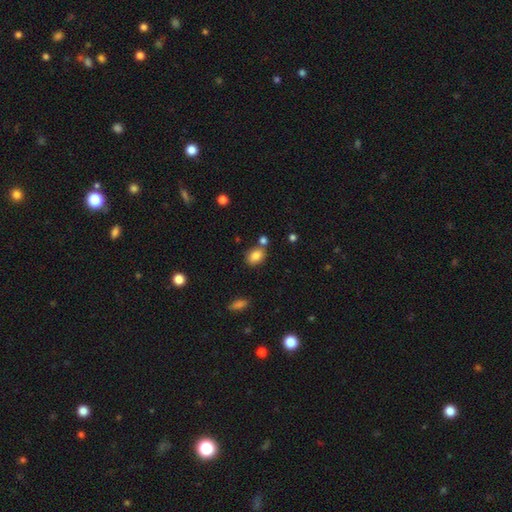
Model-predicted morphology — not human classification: smooth_or_featured: smooth (p=0.84) [alt: star or artifact p=0.09]
how_rounded: in between (p=0.70) [alt: round p=0.28]
merging: none (p=0.71) [alt: merger p=0.13]